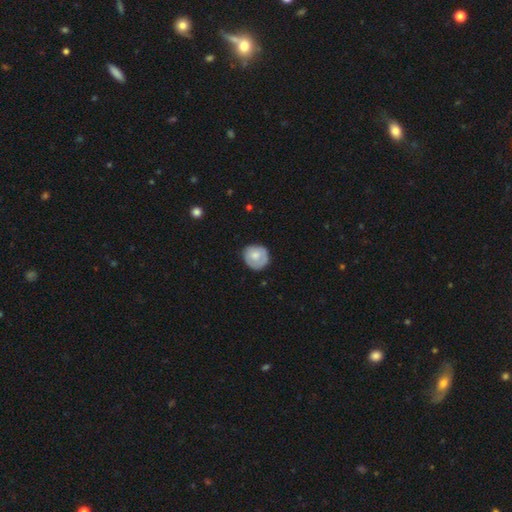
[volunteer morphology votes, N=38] type=smooth (47%); roundness=round (83%); merging=none (69%).